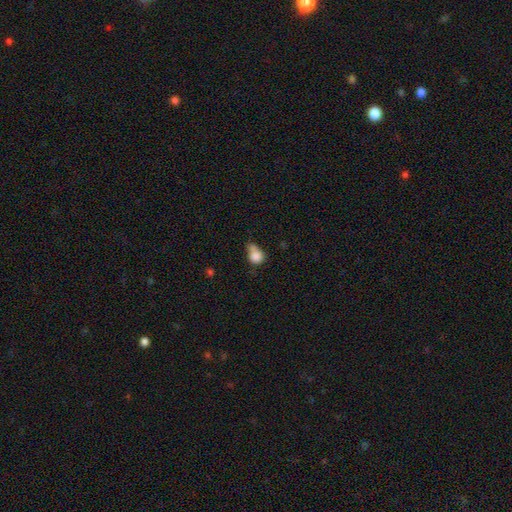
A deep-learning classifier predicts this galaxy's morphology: Smooth or featured?
  - smooth: 80% *
  - star or artifact: 10%
  - featured or disk: 9%
How rounded?
  - round: 62% *
  - in between: 36%
  - cigar-shaped: 2%
Merging?
  - none: 30% *
  - merger: 28%
  - minor disturbance: 27%
  - major disturbance: 15%